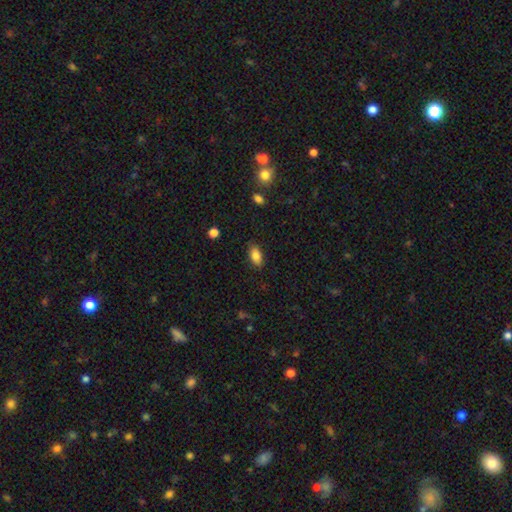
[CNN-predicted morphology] This appears to be a smooth galaxy with no disk features (86%) that is in between round and cigar-shaped (91%). Merging: none (84%).